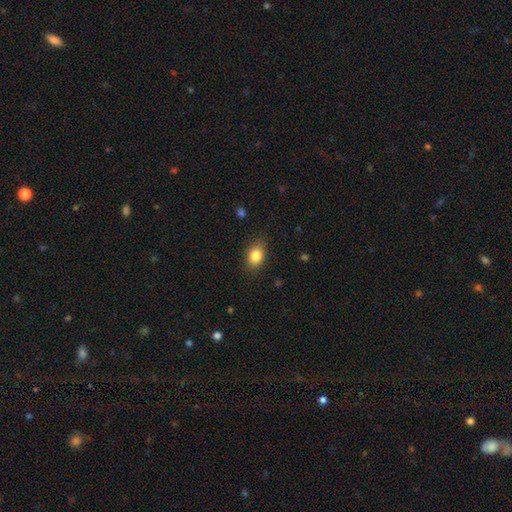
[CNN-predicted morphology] This is clearly a smooth galaxy (85%). How rounded: likely in between (73%). Merging: clearly none (84%).